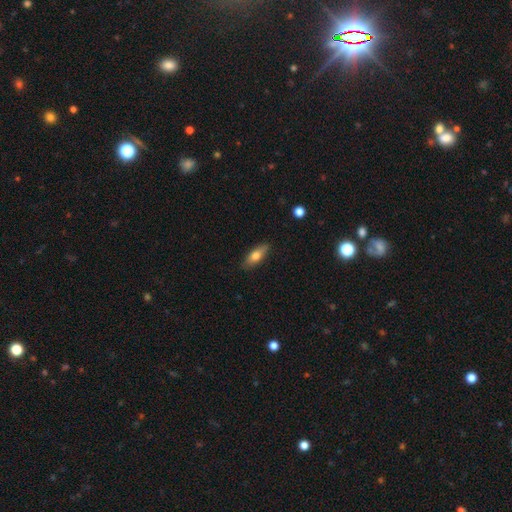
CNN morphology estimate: A smooth galaxy with no disk features (73%) that is in between round and cigar-shaped (70%). Merging: none (84%).